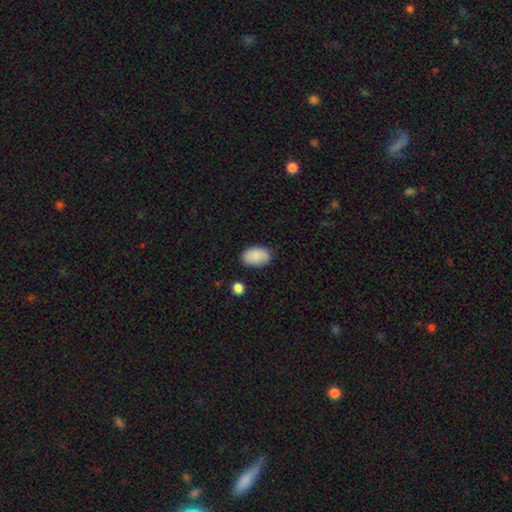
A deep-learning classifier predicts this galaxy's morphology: Q: Smooth or featured?
A: smooth (89%); runner-up: star or artifact (7%)
Q: How rounded?
A: in between (91%); runner-up: round (8%)
Q: Merging?
A: none (83%); runner-up: minor disturbance (13%)